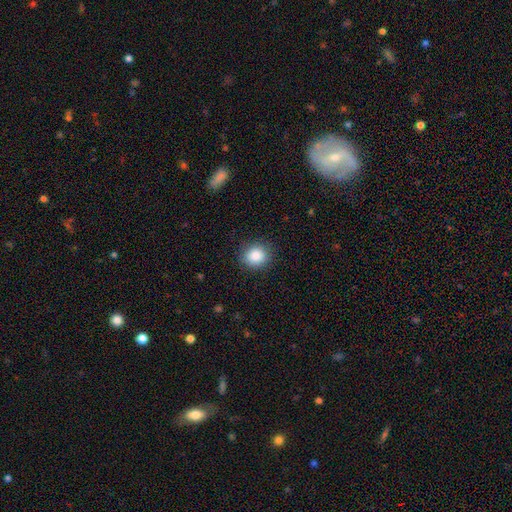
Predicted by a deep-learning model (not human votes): Smooth or featured? Predicted: smooth (p=0.87). How rounded? Predicted: round (p=0.80). Merging? Predicted: none (p=0.87).